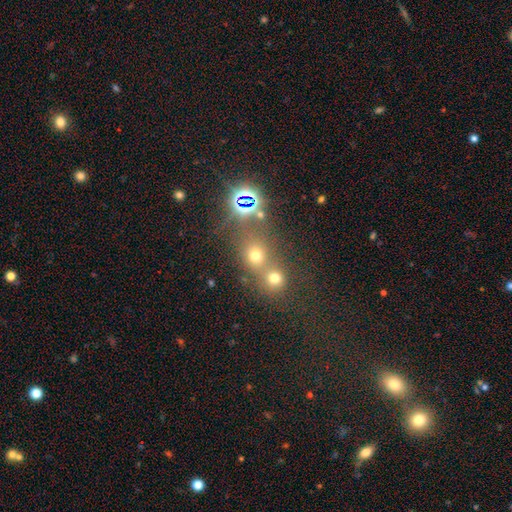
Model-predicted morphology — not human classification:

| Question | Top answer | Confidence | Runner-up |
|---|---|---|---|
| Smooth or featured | smooth | 60% | star or artifact (31%) |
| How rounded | round | 80% | in between (19%) |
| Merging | none | 50% | merger (40%) |